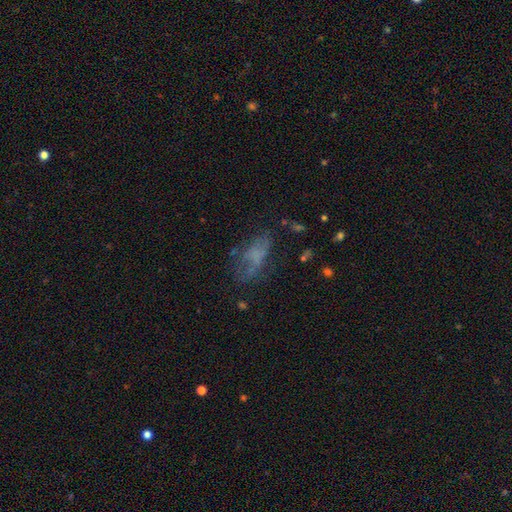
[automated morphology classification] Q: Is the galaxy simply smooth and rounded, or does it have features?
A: smooth — 45%.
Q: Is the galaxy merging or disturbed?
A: none — 43%.